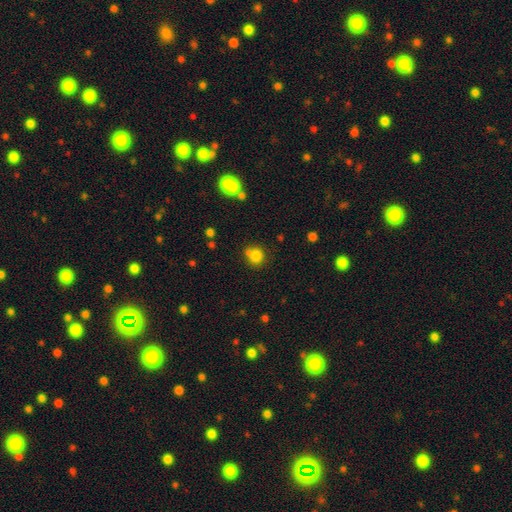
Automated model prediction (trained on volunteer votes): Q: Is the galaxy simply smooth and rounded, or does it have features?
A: smooth — 80%.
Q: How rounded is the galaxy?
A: round — 81%.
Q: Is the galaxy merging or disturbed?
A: none — 60%.